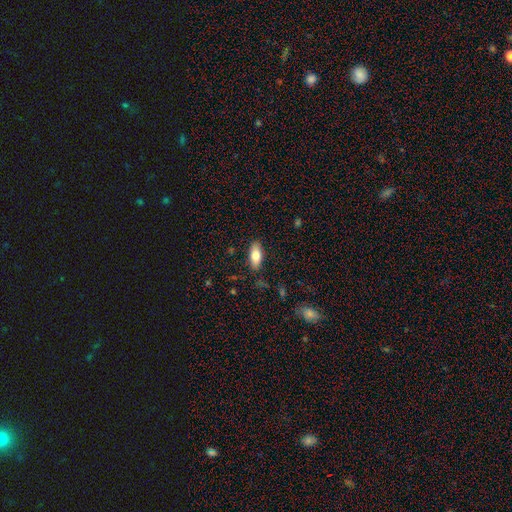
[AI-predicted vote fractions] This appears to be a smooth galaxy with no disk features (76%) that is in between round and cigar-shaped (82%). Merging: none (87%).